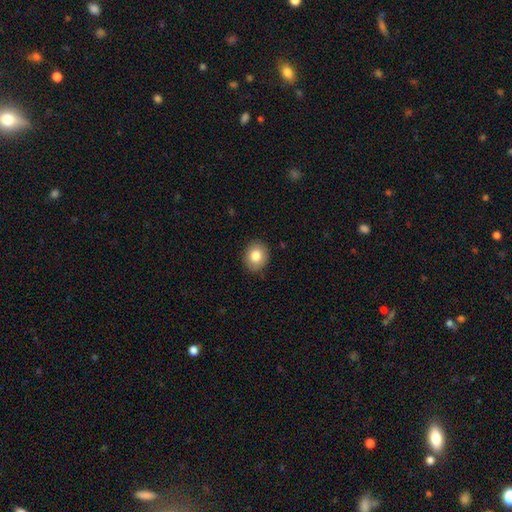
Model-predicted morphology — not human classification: This is clearly a smooth galaxy (81%). How rounded: likely round (64%). Merging: clearly none (88%).